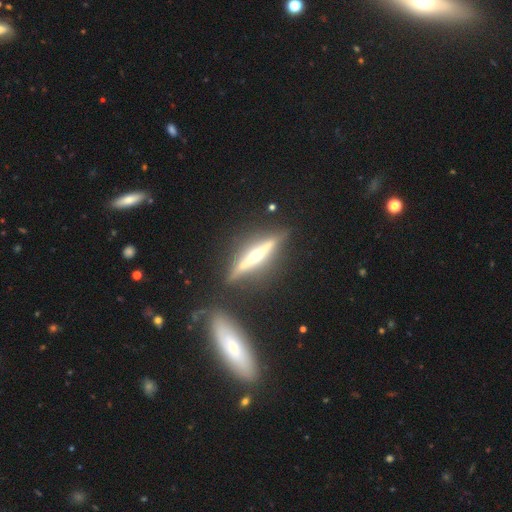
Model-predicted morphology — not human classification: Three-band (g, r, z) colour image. It shows a featured or disk galaxy (81%) viewed edge-on (95%) with a rounded central bulge (90%). Merging: none (79%).